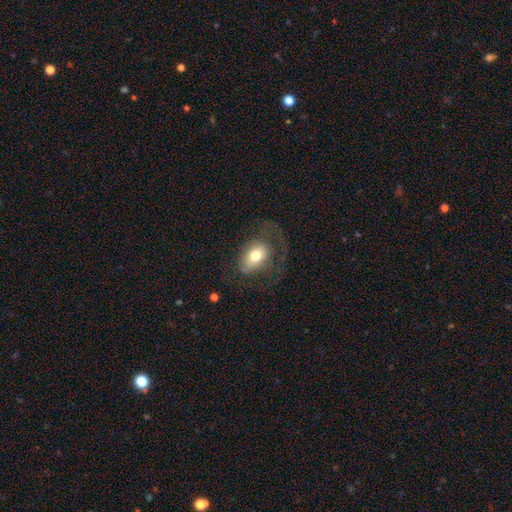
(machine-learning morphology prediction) Smooth or featured? Predicted: smooth (p=0.64). How rounded? Predicted: in between (p=0.81). Merging? Predicted: none (p=0.42).